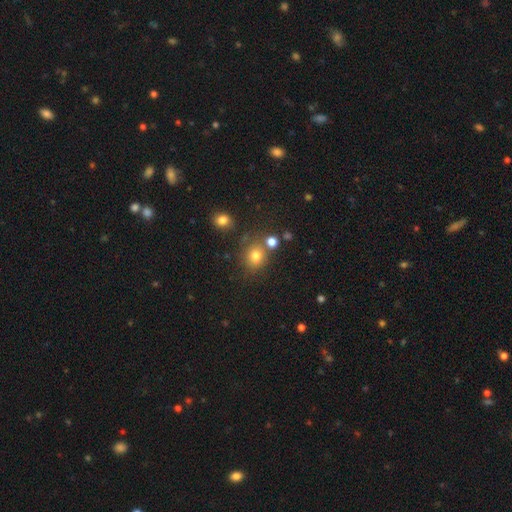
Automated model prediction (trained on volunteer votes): This appears to be a smooth galaxy with no disk features (76%) that is round (75%). Merging: none (70%).